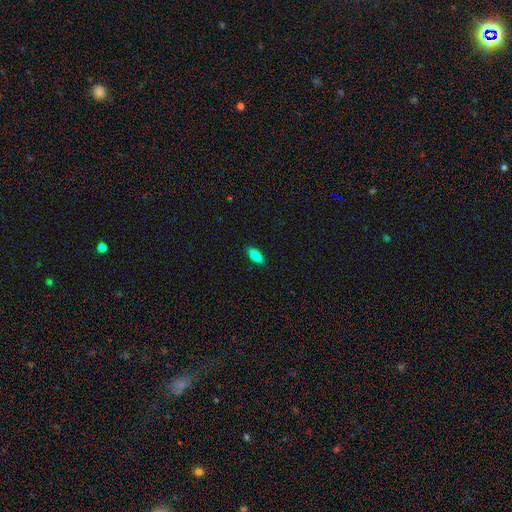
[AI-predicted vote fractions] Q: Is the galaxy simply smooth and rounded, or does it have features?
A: smooth — 84%.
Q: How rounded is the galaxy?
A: in between — 77%.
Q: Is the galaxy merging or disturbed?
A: none — 87%.